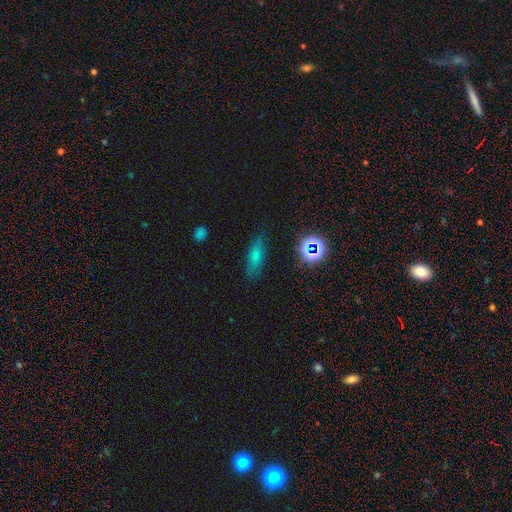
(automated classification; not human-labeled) Morphology: type=smooth (65%); roundness=in between (57%); merging=none (78%).